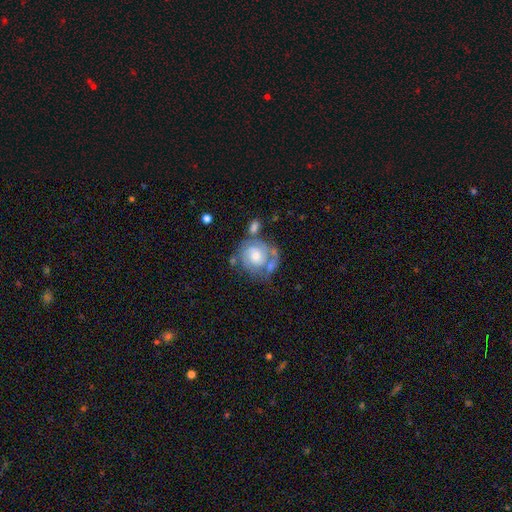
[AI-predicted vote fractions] Smooth or featured? Predicted: featured or disk (p=0.75). Edge-on disk? Predicted: no (p=0.98). Bar? Predicted: no (p=0.67). Spiral arms? Predicted: yes (p=0.89). Spiral winding? Predicted: tight (p=0.61). Spiral arm count? Predicted: 2 (p=0.59). Bulge size? Predicted: moderate (p=0.56). Merging? Predicted: none (p=0.49).